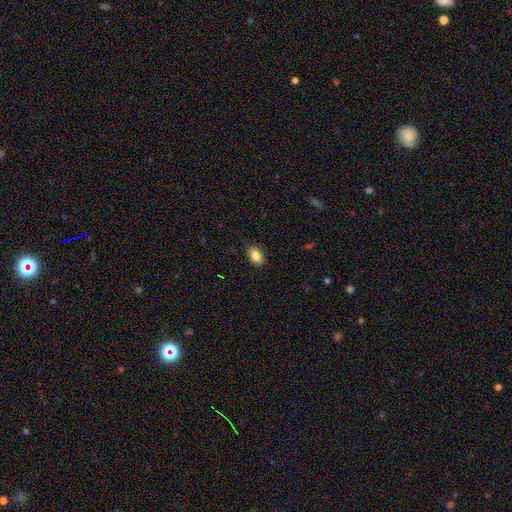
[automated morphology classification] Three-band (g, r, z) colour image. It shows a smooth galaxy with no disk features (86%) that is in between round and cigar-shaped (84%). Merging: none (86%).